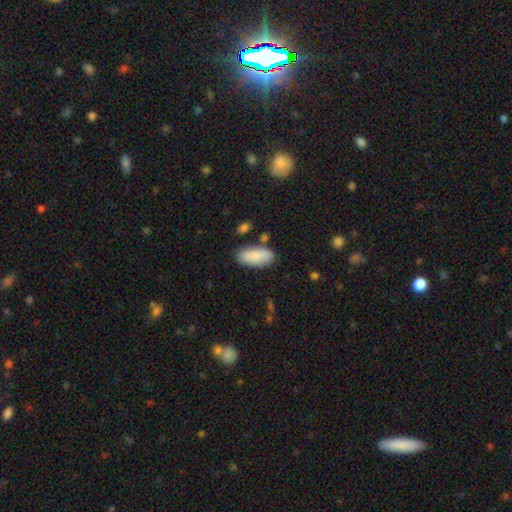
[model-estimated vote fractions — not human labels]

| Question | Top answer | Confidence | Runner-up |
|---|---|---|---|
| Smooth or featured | smooth | 87% | featured or disk (7%) |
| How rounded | in between | 86% | cigar-shaped (12%) |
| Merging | none | 75% | minor disturbance (15%) |